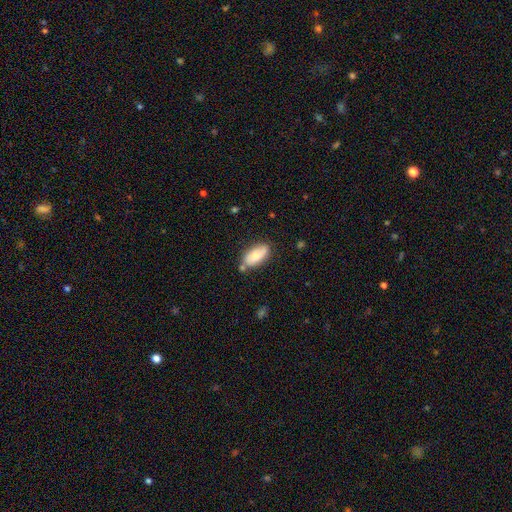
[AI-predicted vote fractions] smooth-or-featured: smooth: 73% | featured or disk: 20% | star or artifact: 6%
  how-rounded: in between: 90% | cigar-shaped: 7% | round: 3%
  merging: none: 70% | minor disturbance: 19% | merger: 8% | major disturbance: 4%